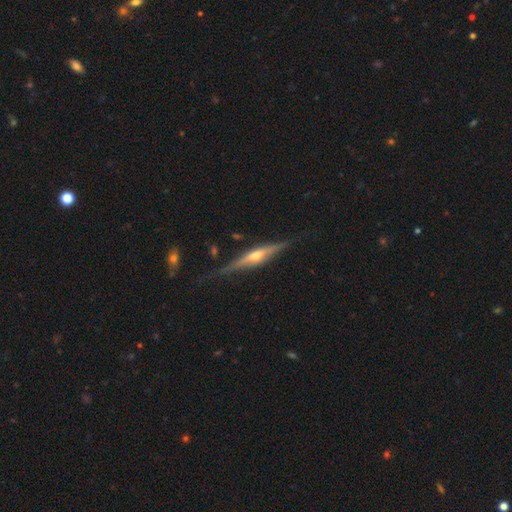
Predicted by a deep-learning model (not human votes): Overall: featured or disk (79%). Edge-on disk: yes (97%). Edge-on bulge: rounded (86%). Merging: none (80%).